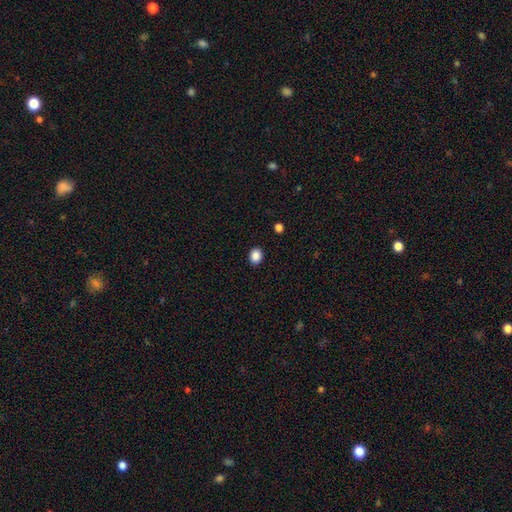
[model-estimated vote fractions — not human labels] This appears to be a smooth galaxy with no disk features (88%) that is round (54%). Merging: none (91%).